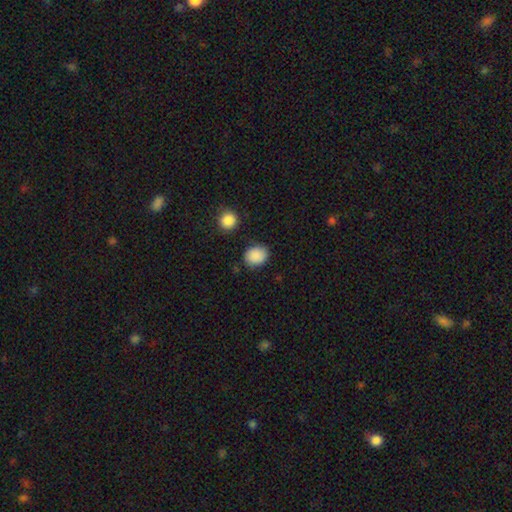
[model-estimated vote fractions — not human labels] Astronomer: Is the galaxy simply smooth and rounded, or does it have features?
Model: smooth — 88%.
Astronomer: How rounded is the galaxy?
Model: round — 58% (runner-up: in between, 41%).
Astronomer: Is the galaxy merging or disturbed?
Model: none — 82%.